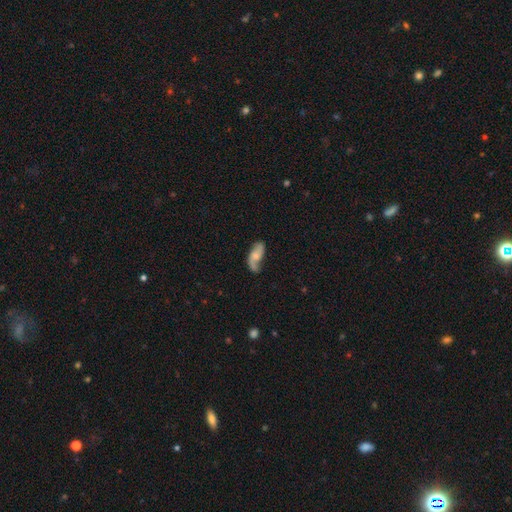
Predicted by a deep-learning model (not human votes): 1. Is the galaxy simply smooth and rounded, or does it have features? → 59% featured or disk, 34% smooth, 7% star or artifact.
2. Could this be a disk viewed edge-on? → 92% no, 8% yes.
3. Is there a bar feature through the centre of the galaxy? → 63% no, 29% weak, 7% strong.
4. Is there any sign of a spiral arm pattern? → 89% yes, 11% no.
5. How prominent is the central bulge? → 39% small, 35% moderate, 18% none, 6% large, 2% dominant.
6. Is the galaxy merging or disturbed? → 54% none, 26% minor disturbance, 15% major disturbance, 4% merger.